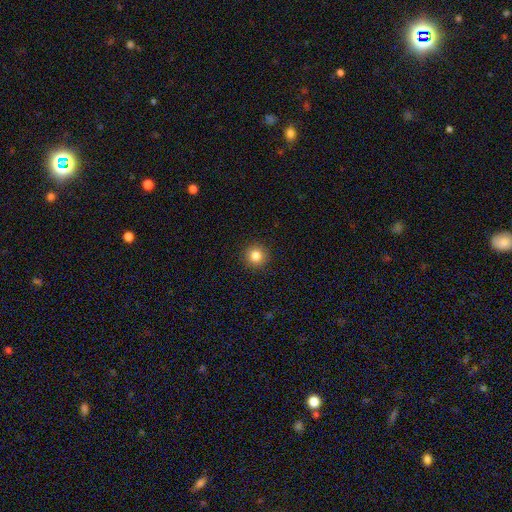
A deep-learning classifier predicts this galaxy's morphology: Smooth or featured? smooth (84%)
How rounded? round (95%)
Merging? none (93%)